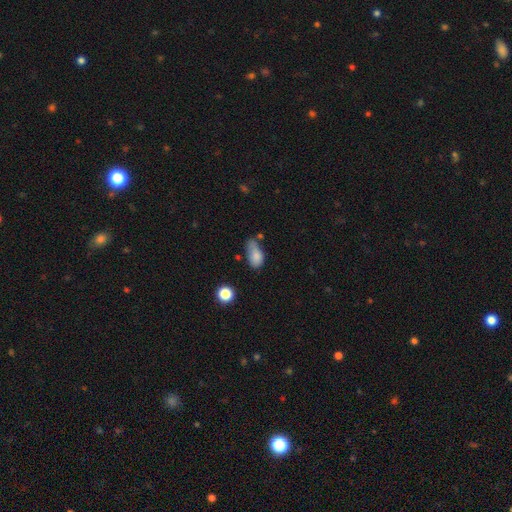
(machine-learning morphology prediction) smooth 79%, featured or disk 11%, star or artifact 10%. Down the decision tree: how rounded — in between (87%); merging — minor disturbance (36%).